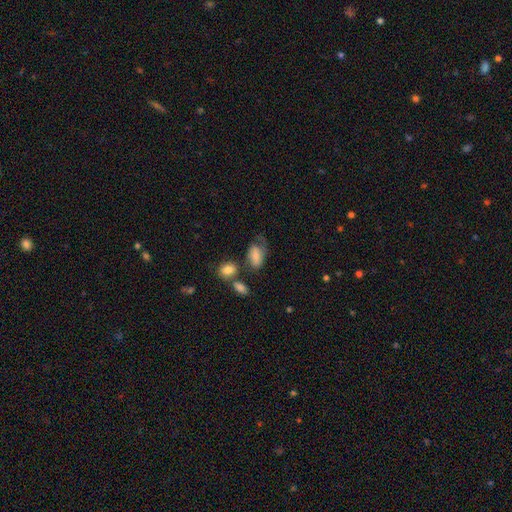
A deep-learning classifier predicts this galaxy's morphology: Smooth or featured?
  - smooth: 69% *
  - featured or disk: 22%
  - star or artifact: 8%
How rounded?
  - in between: 90% *
  - round: 8%
  - cigar-shaped: 2%
Merging?
  - none: 37% *
  - minor disturbance: 27%
  - major disturbance: 24%
  - merger: 11%